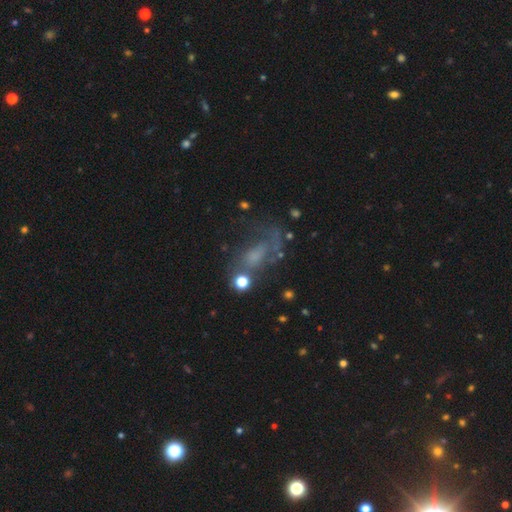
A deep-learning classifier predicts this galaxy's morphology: type=featured or disk (48%); merging=none (36%, tied with major disturbance).